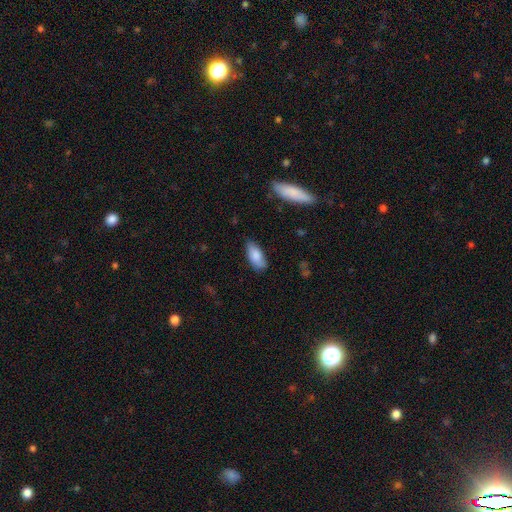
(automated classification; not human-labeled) The model was most divided on "merging": none: 77%, minor disturbance: 18%, major disturbance: 3%, merger: 1%. More confident: how rounded — in between (85%); smooth or featured — smooth (84%).